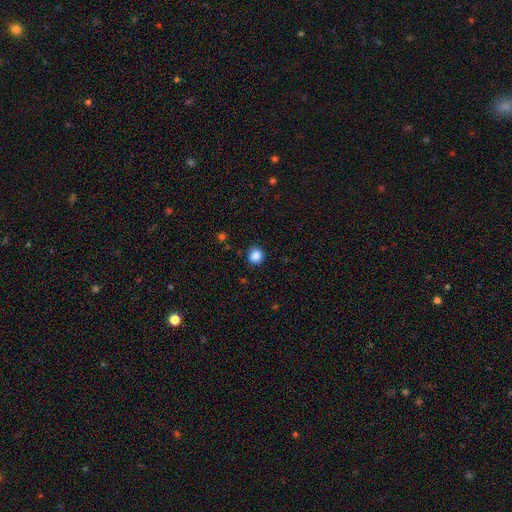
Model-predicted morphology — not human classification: Q: Smooth or featured?
A: smooth (87%); runner-up: star or artifact (11%)
Q: How rounded?
A: round (87%); runner-up: in between (12%)
Q: Merging?
A: none (87%); runner-up: minor disturbance (9%)